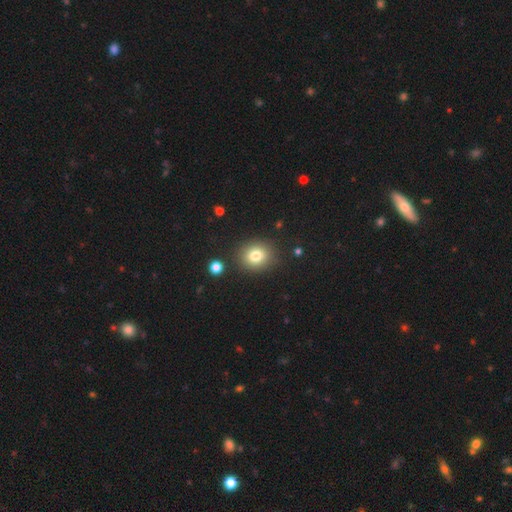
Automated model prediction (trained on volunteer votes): Smooth or featured? Predicted: smooth (p=0.79). How rounded? Predicted: round (p=0.74). Merging? Predicted: none (p=0.86).